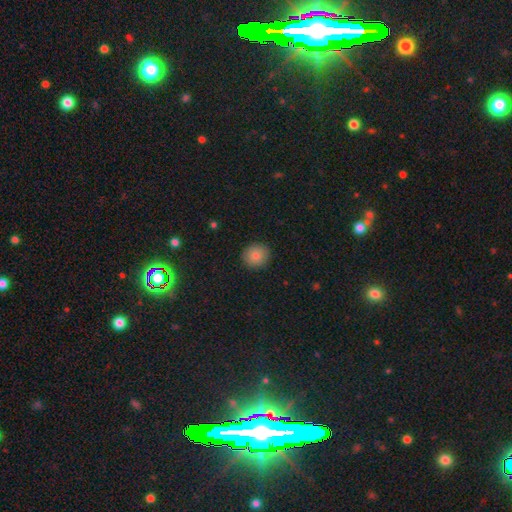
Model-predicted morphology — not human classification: smooth_or_featured: smooth (p=0.82) [alt: star or artifact p=0.10]
how_rounded: round (p=0.87) [alt: in between p=0.12]
merging: none (p=0.91) [alt: minor disturbance p=0.07]